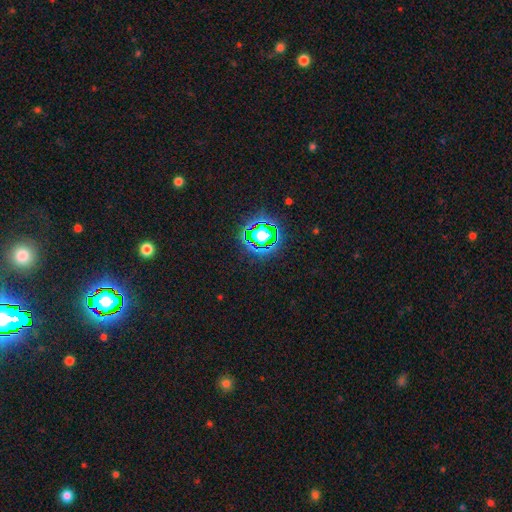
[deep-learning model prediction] smooth_or_featured: star or artifact (p=0.80) [alt: smooth p=0.13]